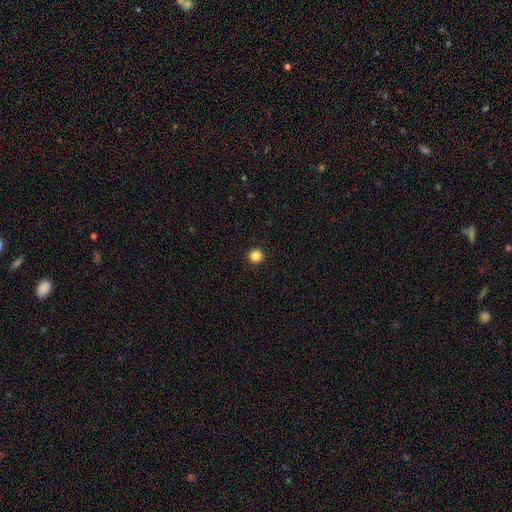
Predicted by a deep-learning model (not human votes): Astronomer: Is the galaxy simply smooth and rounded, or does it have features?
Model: smooth — 86%.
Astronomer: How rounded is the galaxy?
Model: round — 93%.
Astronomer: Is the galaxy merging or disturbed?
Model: none — 94%.